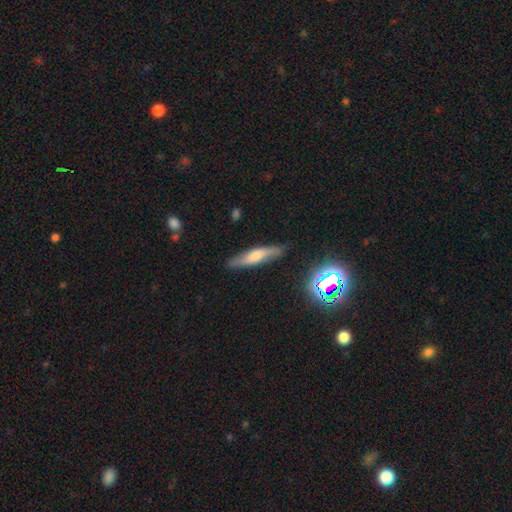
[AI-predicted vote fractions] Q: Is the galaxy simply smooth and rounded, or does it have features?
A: smooth — 47%.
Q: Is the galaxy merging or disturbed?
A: none — 81%.